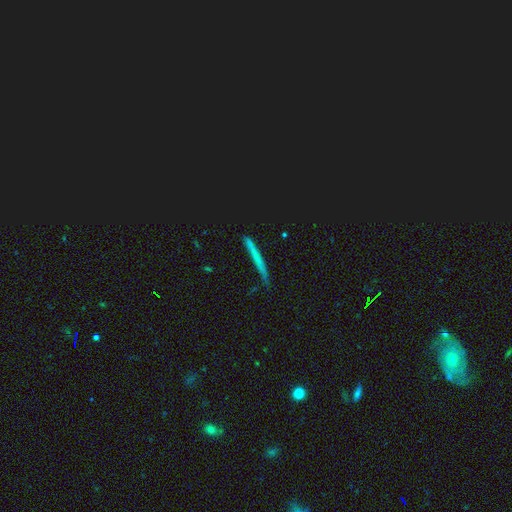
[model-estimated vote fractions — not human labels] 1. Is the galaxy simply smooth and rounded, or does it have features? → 54% smooth, 23% star or artifact, 23% featured or disk.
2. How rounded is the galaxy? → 93% cigar-shaped, 4% in between, 3% round.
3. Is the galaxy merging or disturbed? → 82% none, 13% minor disturbance, 3% major disturbance, 2% merger.